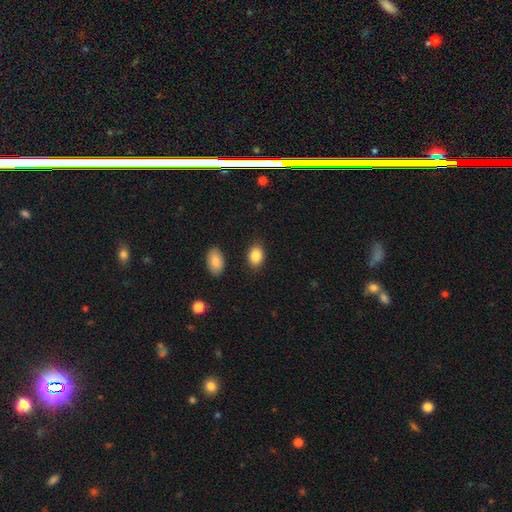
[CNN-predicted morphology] The model was most divided on "how rounded": in between: 80%, round: 18%, cigar-shaped: 1%. More confident: smooth or featured — smooth (86%); merging — none (85%).